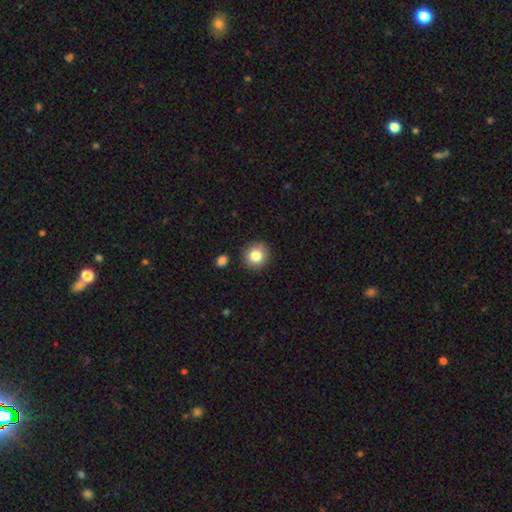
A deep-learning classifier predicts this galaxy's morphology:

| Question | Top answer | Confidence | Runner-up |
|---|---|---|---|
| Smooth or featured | smooth | 83% | star or artifact (10%) |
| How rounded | round | 90% | in between (9%) |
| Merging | none | 88% | minor disturbance (7%) |